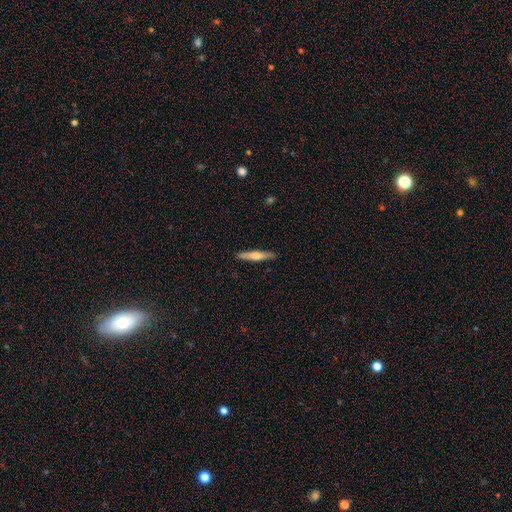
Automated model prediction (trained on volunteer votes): Smooth or featured? smooth (54%)
How rounded? cigar-shaped (91%)
Merging? none (90%)